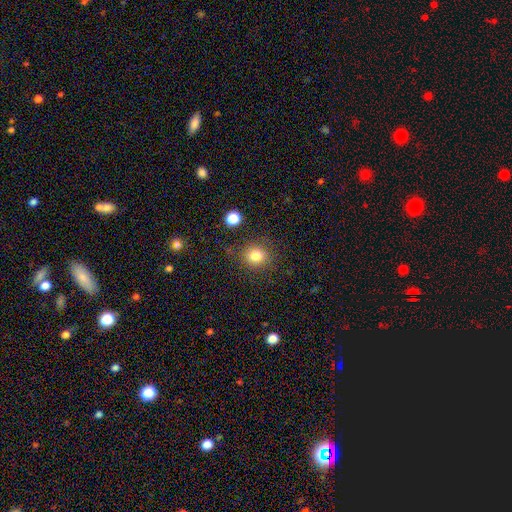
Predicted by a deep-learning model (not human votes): The model was most divided on "how rounded": round: 81%, in between: 18%, cigar-shaped: 1%. More confident: merging — none (83%); smooth or featured — smooth (81%).